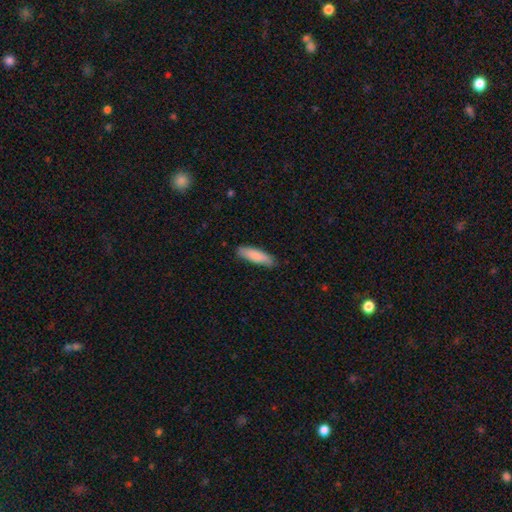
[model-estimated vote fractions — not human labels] smooth 83%, featured or disk 11%, star or artifact 5%. Down the decision tree: how rounded — cigar-shaped (59%); merging — none (81%).